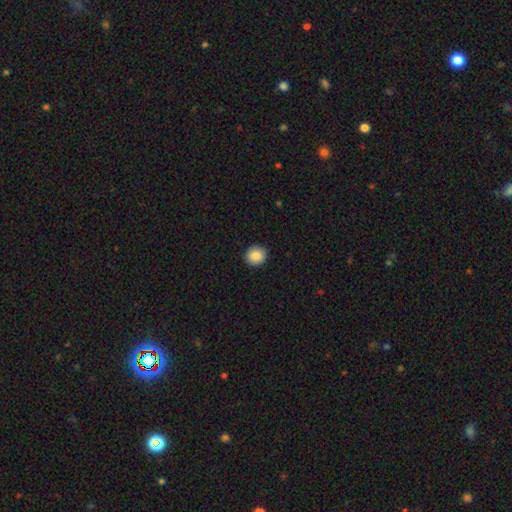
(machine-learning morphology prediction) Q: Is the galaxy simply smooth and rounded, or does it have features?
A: smooth — 87%.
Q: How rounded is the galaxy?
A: round — 90%.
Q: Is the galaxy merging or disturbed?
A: none — 92%.